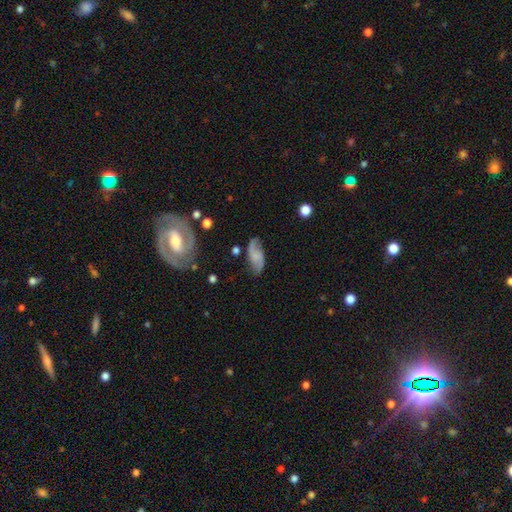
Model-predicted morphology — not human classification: Smooth or featured?
  - featured or disk: 53% *
  - smooth: 39%
  - star or artifact: 8%
Edge-on disk?
  - no: 93% *
  - yes: 7%
Merging?
  - none: 70% *
  - minor disturbance: 21%
  - major disturbance: 7%
  - merger: 3%